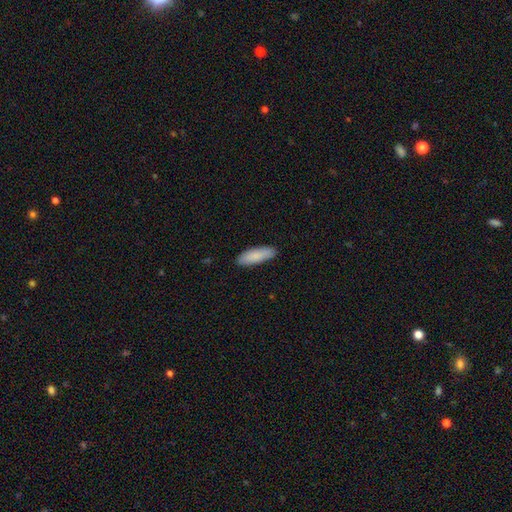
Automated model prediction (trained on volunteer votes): smooth-or-featured: smooth: 86% | featured or disk: 9% | star or artifact: 6%
  how-rounded: in between: 55% | cigar-shaped: 43% | round: 2%
  merging: none: 89% | minor disturbance: 9% | major disturbance: 2% | merger: 1%